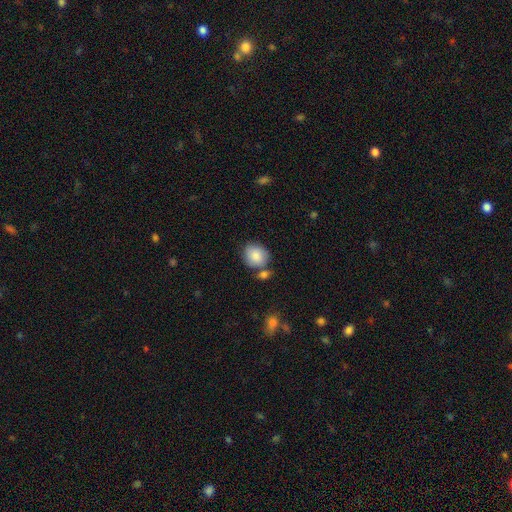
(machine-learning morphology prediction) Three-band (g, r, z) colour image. It shows a smooth galaxy with no disk features (85%) that is round (67%). Merging: none (61%).